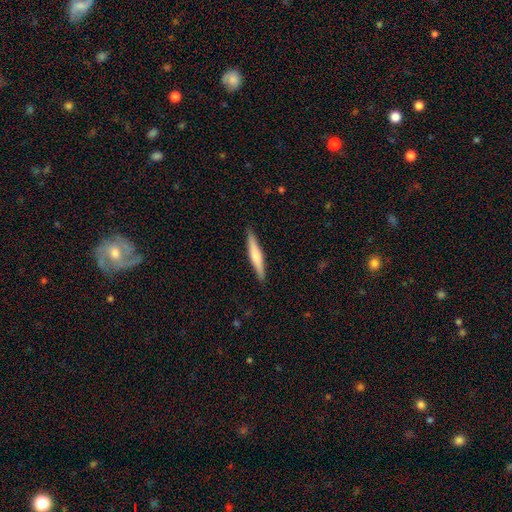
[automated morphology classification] The model was most divided on "smooth or featured": smooth: 55%, featured or disk: 39%, star or artifact: 5%. More confident: how rounded — cigar-shaped (93%); merging — none (89%).